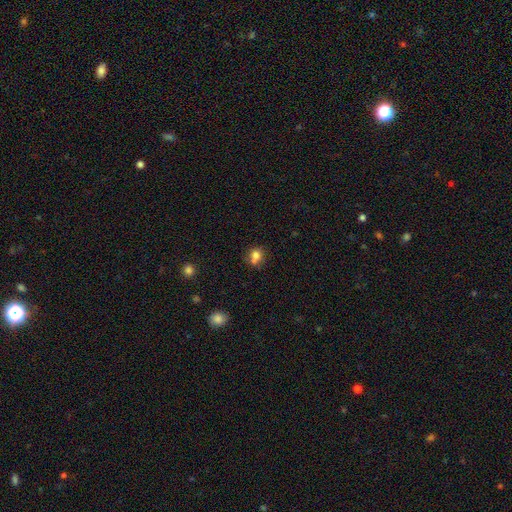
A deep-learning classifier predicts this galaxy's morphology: smooth 76%, star or artifact 13%, featured or disk 11%. Down the decision tree: how rounded — round (71%); merging — none (46%).